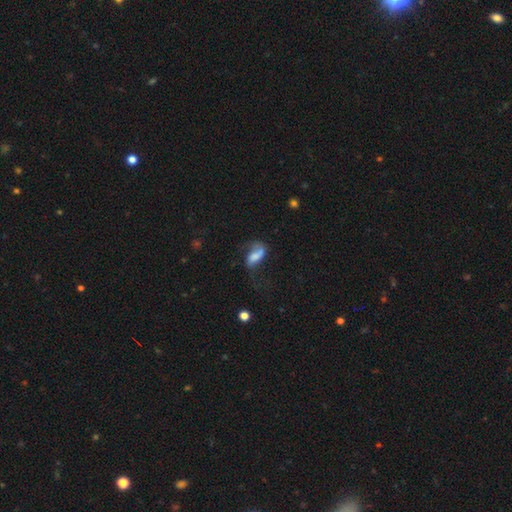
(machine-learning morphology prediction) smooth 50%, featured or disk 39%, star or artifact 10%. Down the decision tree: how rounded — in between (82%); merging — major disturbance (38%).